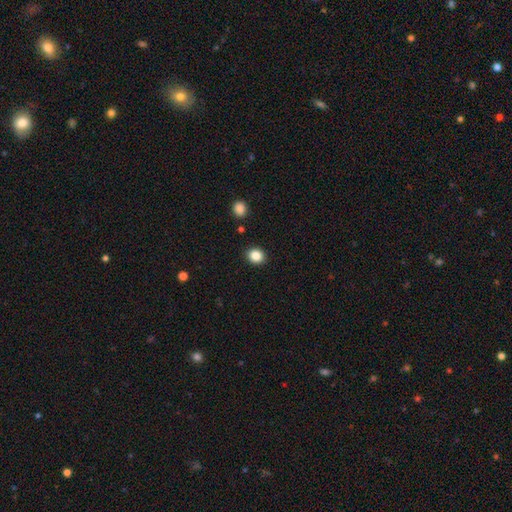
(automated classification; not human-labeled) smooth_or_featured: smooth (p=0.86) [alt: star or artifact p=0.10]
how_rounded: round (p=0.69) [alt: in between p=0.30]
merging: none (p=0.89) [alt: minor disturbance p=0.07]